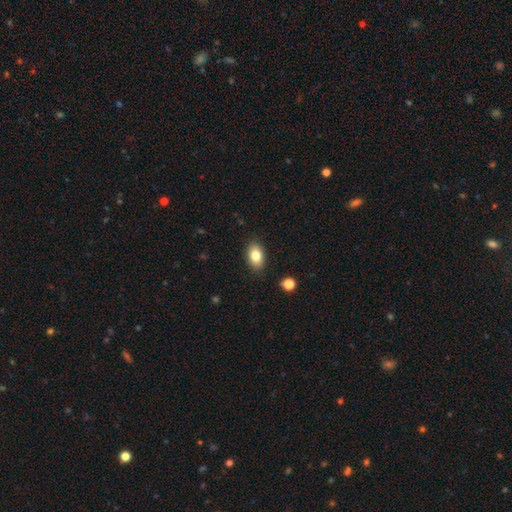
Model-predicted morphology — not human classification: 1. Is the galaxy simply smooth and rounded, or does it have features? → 81% smooth, 10% featured or disk, 8% star or artifact.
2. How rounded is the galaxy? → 88% in between, 10% round, 1% cigar-shaped.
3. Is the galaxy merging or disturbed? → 87% none, 9% minor disturbance, 2% major disturbance, 1% merger.